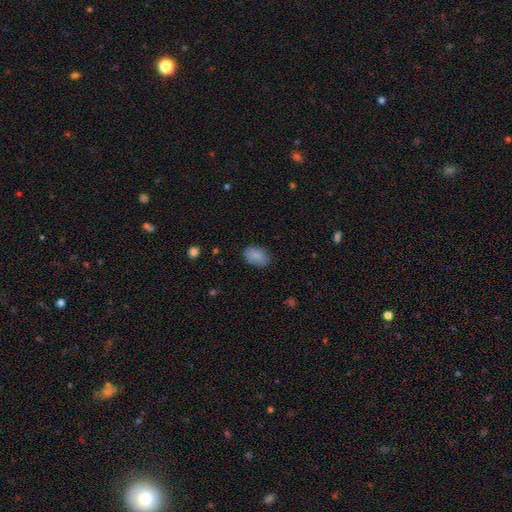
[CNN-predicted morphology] smooth-or-featured: smooth: 85% | star or artifact: 8% | featured or disk: 7%
  how-rounded: in between: 87% | round: 12% | cigar-shaped: 1%
  merging: none: 80% | minor disturbance: 15% | major disturbance: 4% | merger: 1%